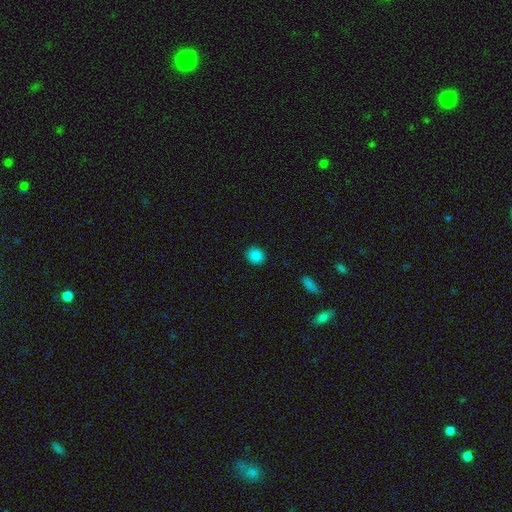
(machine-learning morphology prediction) The model was most divided on "how rounded": round: 85%, in between: 14%, cigar-shaped: 1%. More confident: merging — none (91%); smooth or featured — smooth (86%).